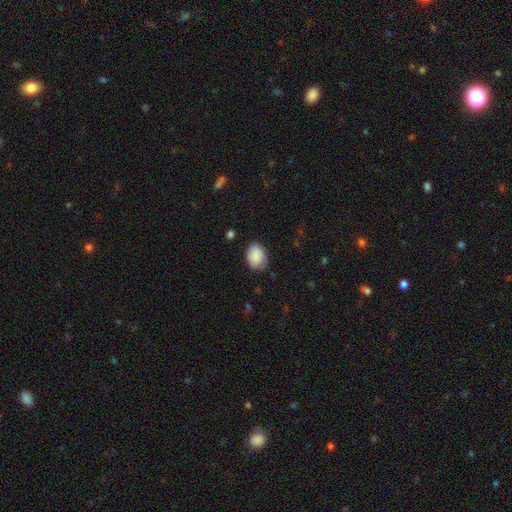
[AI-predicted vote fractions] This appears to be a smooth galaxy with no disk features (86%) that is in between round and cigar-shaped (69%). Merging: none (72%).